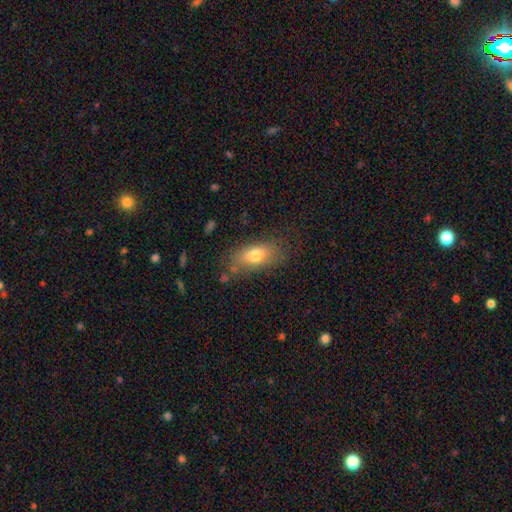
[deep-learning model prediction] smooth 74%, featured or disk 17%, star or artifact 9%. Down the decision tree: how rounded — in between (84%); merging — none (70%).